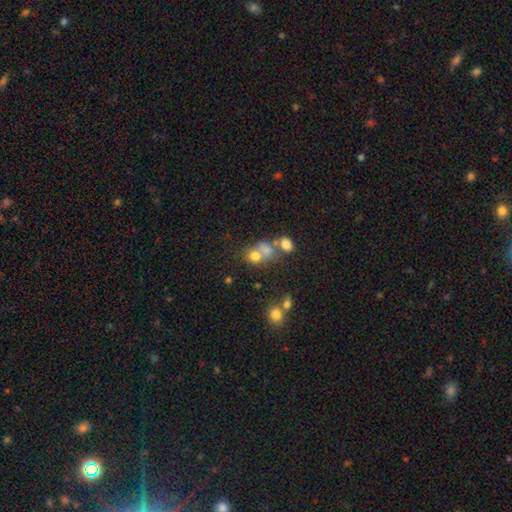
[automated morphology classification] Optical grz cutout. It shows a smooth galaxy with no disk features (68%) that is round (64%). Merging: merger (46%).